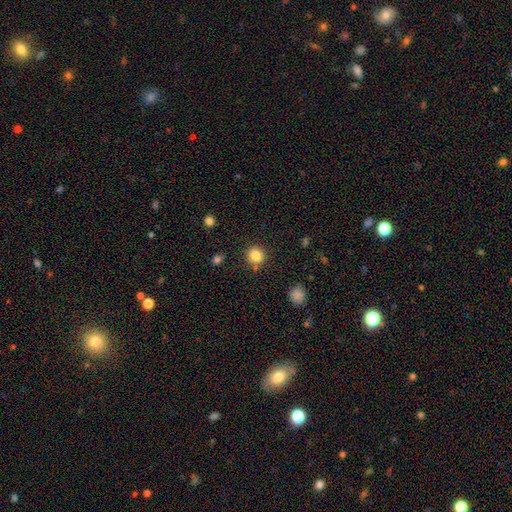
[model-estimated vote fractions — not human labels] This is clearly a smooth galaxy (83%). How rounded: clearly round (89%). Merging: clearly none (84%).